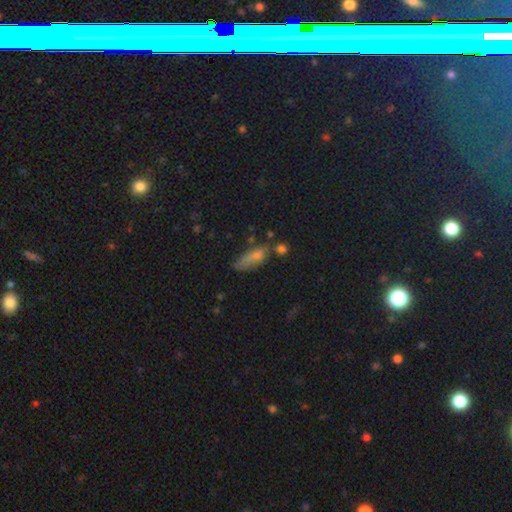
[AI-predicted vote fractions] smooth_or_featured: smooth (p=0.65) [alt: star or artifact p=0.18]
how_rounded: in between (p=0.57) [alt: cigar-shaped p=0.37]
merging: none (p=0.48) [alt: minor disturbance p=0.26]